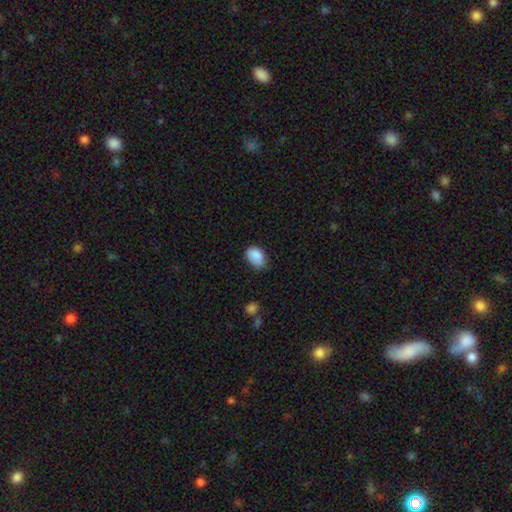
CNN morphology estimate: smooth 87%, star or artifact 8%, featured or disk 5%. Down the decision tree: how rounded — in between (81%); merging — none (58%).